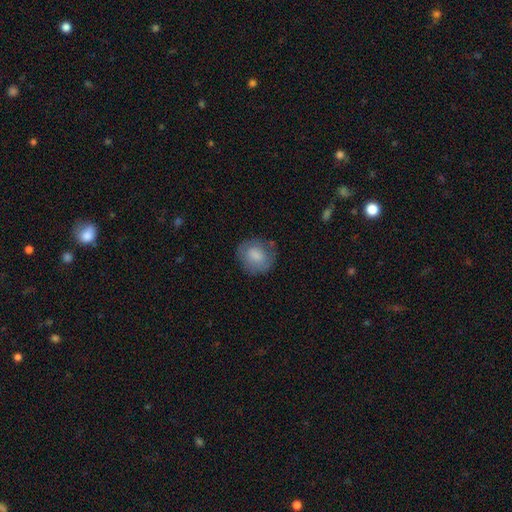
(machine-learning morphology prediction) This is likely a smooth galaxy (76%). How rounded: clearly round (80%). Merging: likely none (74%).